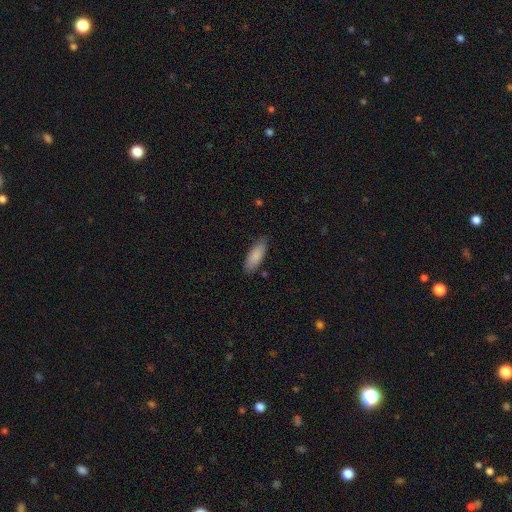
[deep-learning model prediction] Smooth or featured: smooth — 87% (featured or disk — 7%)
How rounded: in between — 67% (cigar-shaped — 31%)
Merging: none — 82% (minor disturbance — 14%)